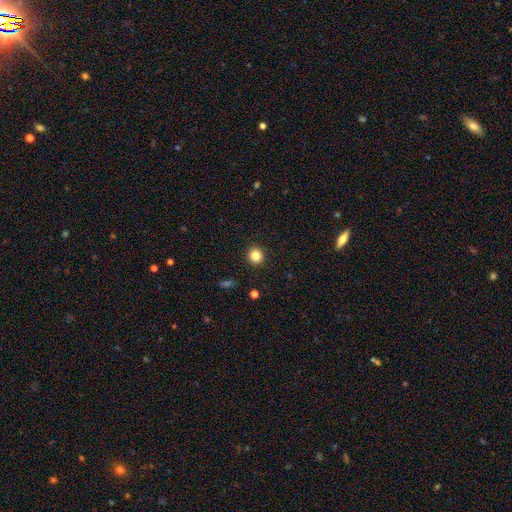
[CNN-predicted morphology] The model was most divided on "smooth or featured": smooth: 83%, star or artifact: 11%, featured or disk: 5%. More confident: merging — none (92%); how rounded — round (90%).